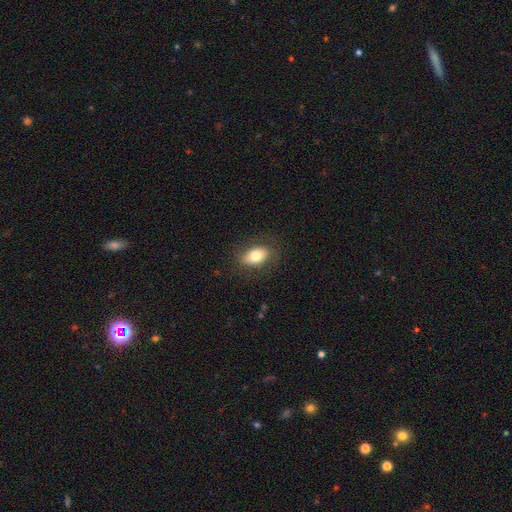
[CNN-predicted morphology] Overall: smooth (77%). How rounded: in between (85%). Merging: none (82%).